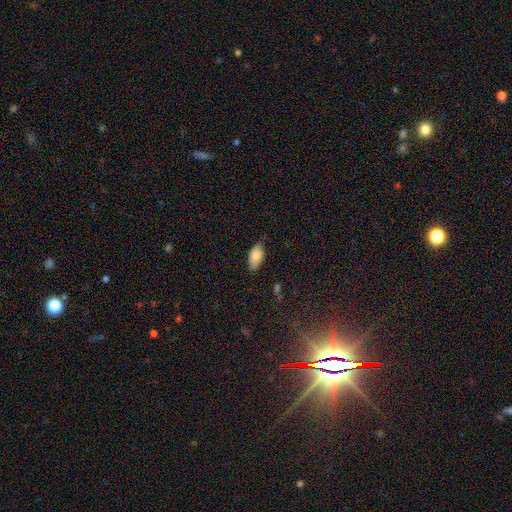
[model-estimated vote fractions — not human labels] Smooth or featured: smooth — 84% (featured or disk — 9%)
How rounded: in between — 93% (cigar-shaped — 4%)
Merging: none — 75% (minor disturbance — 21%)